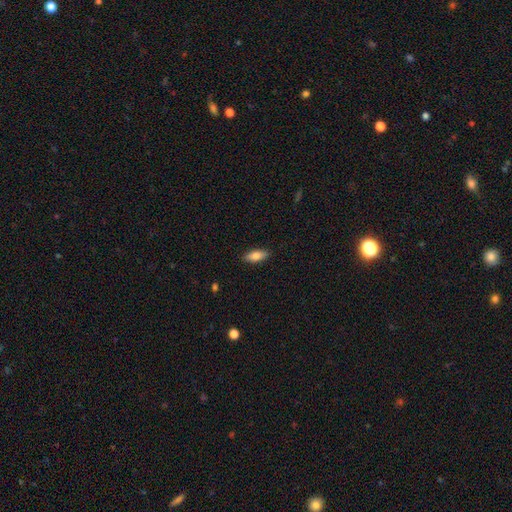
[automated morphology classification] smooth_or_featured: smooth (p=0.78) [alt: featured or disk p=0.15]
how_rounded: in between (p=0.72) [alt: cigar-shaped p=0.26]
merging: none (p=0.89) [alt: minor disturbance p=0.08]